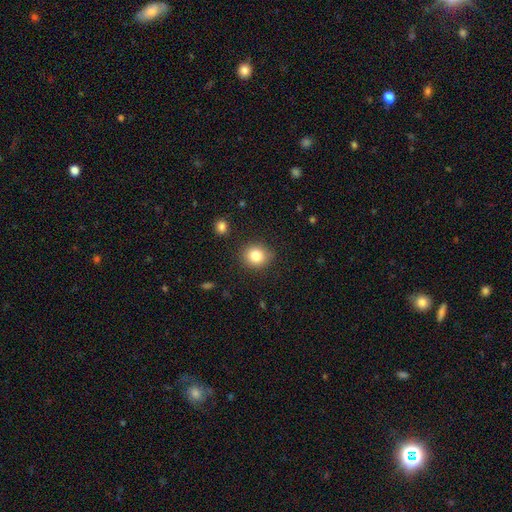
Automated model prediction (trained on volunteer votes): Smooth or featured? smooth (82%)
How rounded? round (80%)
Merging? none (87%)